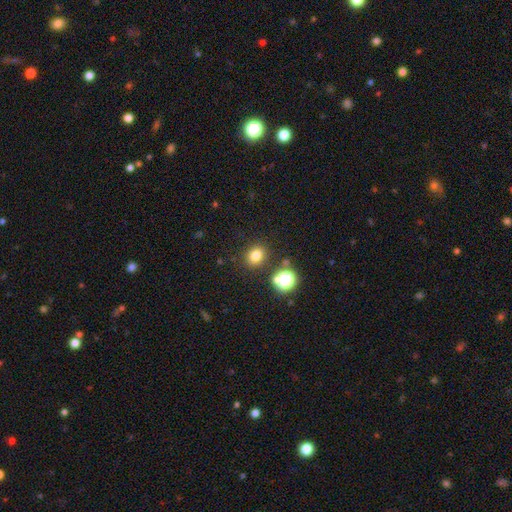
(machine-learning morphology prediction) A smooth galaxy with no disk features (77%) that is round (65%). Merging: none (85%).